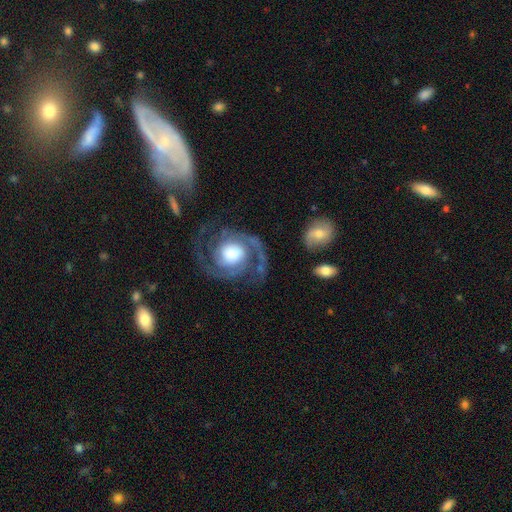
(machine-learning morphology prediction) Overall: featured or disk (71%). Edge-on disk: no (94%). Bar: no (69%). Spiral arms: yes (84%). Spiral arm count: 2 (58%). Spiral winding: medium (43%; tight 38%). Bulge size: moderate (42%; large 37%). Merging: none (61%).